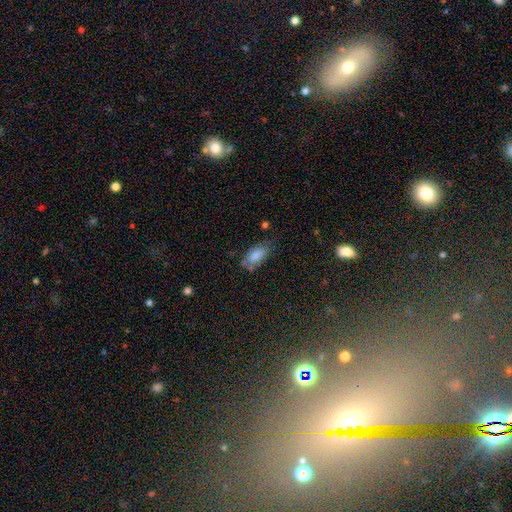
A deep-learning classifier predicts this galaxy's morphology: type=smooth (81%); roundness=in between (91%); merging=none (62%).